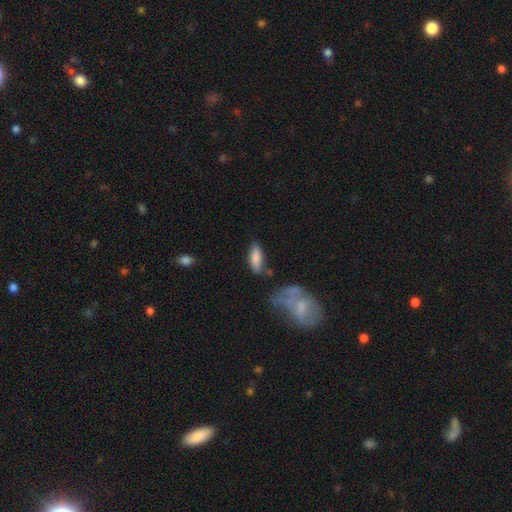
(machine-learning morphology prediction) Smooth or featured: smooth — 82% (featured or disk — 12%)
How rounded: in between — 61% (cigar-shaped — 37%)
Merging: none — 71% (minor disturbance — 18%)